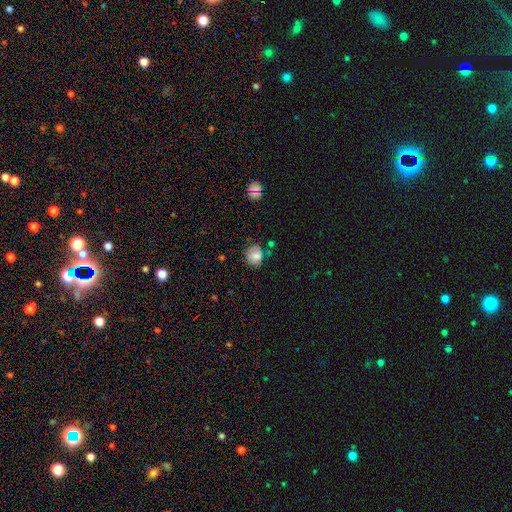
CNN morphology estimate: A smooth galaxy with no disk features (79%) that is round (79%).

Vote fractions:
- Smooth or featured? smooth: 79% / star or artifact: 14% / featured or disk: 7%
- How rounded? round: 79% / in between: 20% / cigar-shaped: 1%
- Merging? none: 72% / minor disturbance: 19% / merger: 5% / major disturbance: 4%